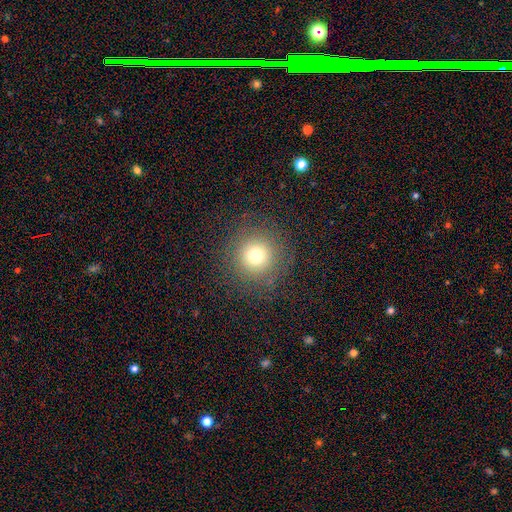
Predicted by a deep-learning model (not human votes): smooth 74%, star or artifact 16%, featured or disk 10%. Down the decision tree: how rounded — round (95%); merging — none (88%).